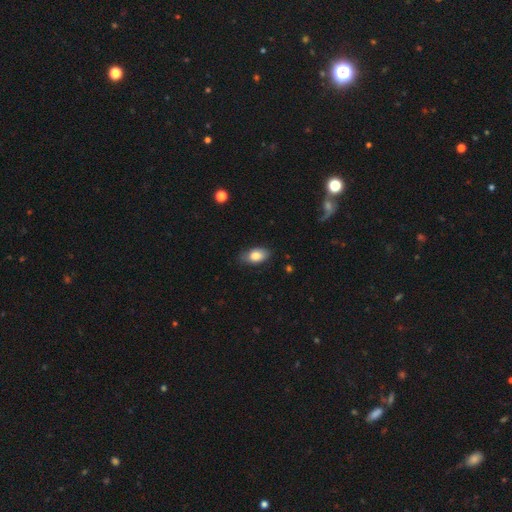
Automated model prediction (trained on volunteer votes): This appears to be a smooth galaxy with no disk features (82%) that is in between round and cigar-shaped (90%). Merging: none (78%).